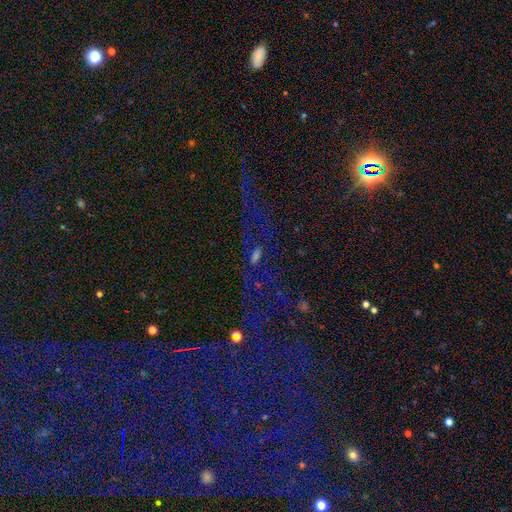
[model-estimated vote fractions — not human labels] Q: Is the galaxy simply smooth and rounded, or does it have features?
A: star or artifact — 48%.